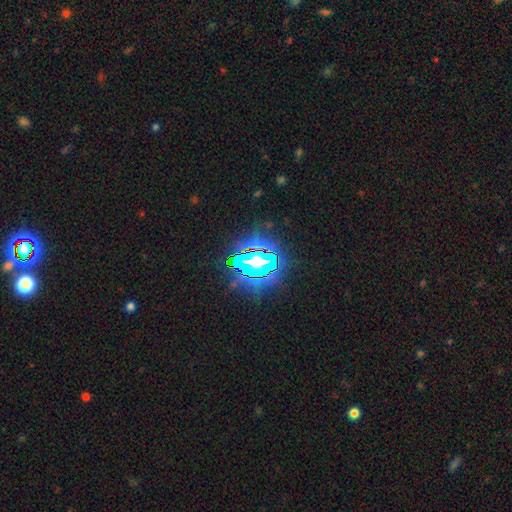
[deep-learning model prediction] A star or artifact, not a galaxy (79%).

Vote fractions:
- Smooth or featured? star or artifact: 79% / smooth: 12% / featured or disk: 8%